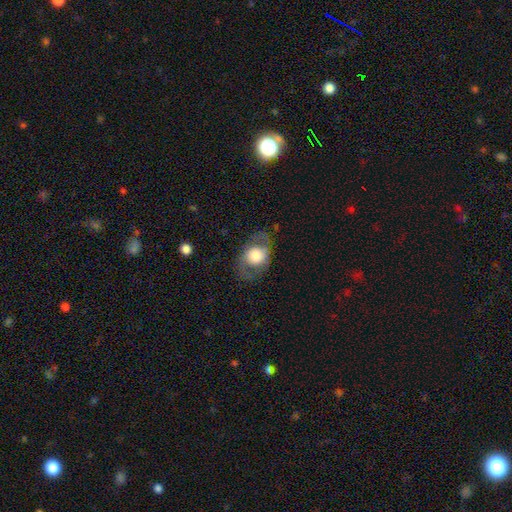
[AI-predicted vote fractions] A smooth galaxy with no disk features (53%) that is in between round and cigar-shaped (62%). Merging: none (69%).